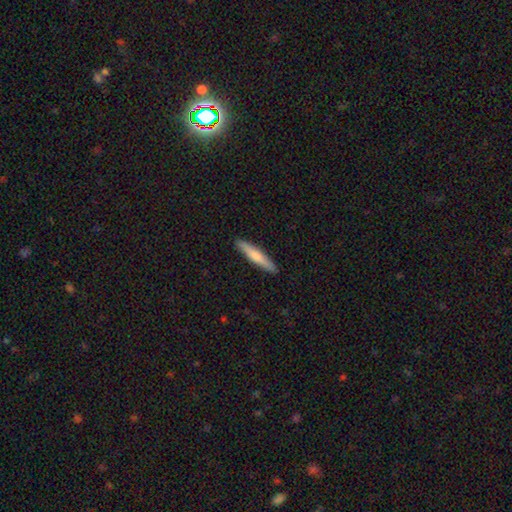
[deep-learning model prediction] Smooth or featured? Predicted: smooth (p=0.67). How rounded? Predicted: cigar-shaped (p=0.92). Merging? Predicted: none (p=0.91).